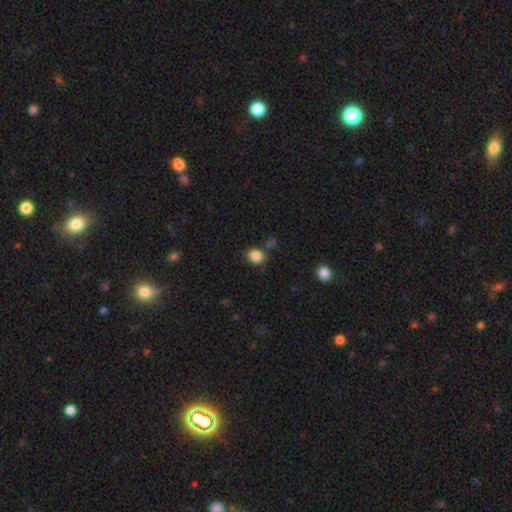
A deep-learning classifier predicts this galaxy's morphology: Smooth or featured? Predicted: smooth (p=0.86). How rounded? Predicted: round (p=0.73). Merging? Predicted: none (p=0.71).